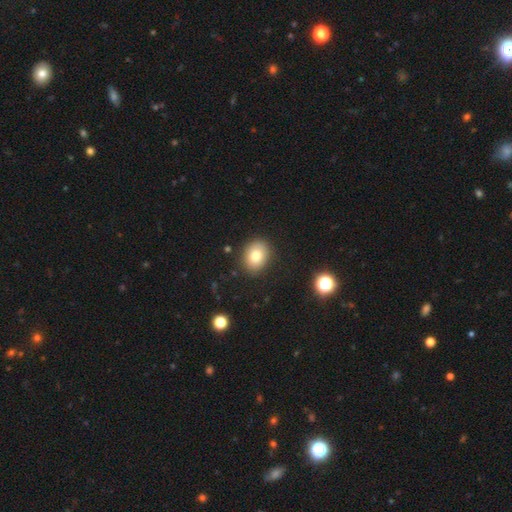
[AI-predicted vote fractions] smooth-or-featured: smooth: 79% | featured or disk: 11% | star or artifact: 10%
  how-rounded: in between: 55% | round: 44% | cigar-shaped: 1%
  merging: none: 87% | minor disturbance: 10% | major disturbance: 2% | merger: 1%